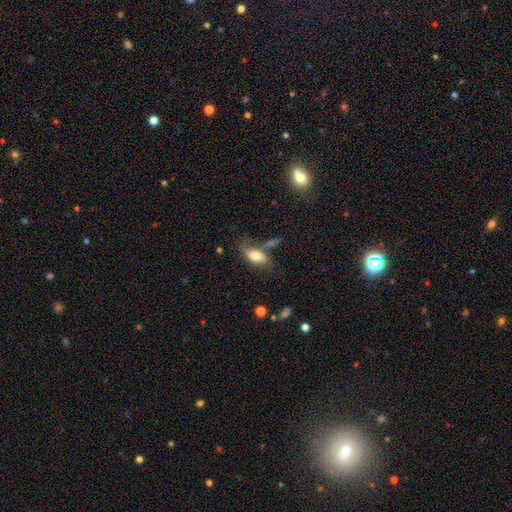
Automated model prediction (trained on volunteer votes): Q: Smooth or featured?
A: smooth (67%); runner-up: featured or disk (25%)
Q: How rounded?
A: in between (88%); runner-up: cigar-shaped (7%)
Q: Merging?
A: none (48%); runner-up: minor disturbance (23%)